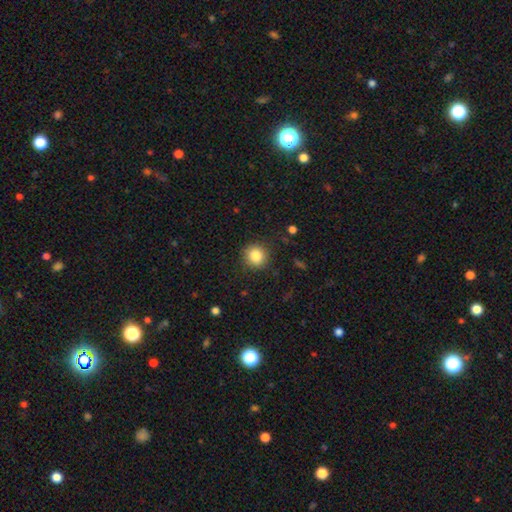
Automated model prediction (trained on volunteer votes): Overall: smooth (85%). How rounded: round (89%). Merging: none (88%).